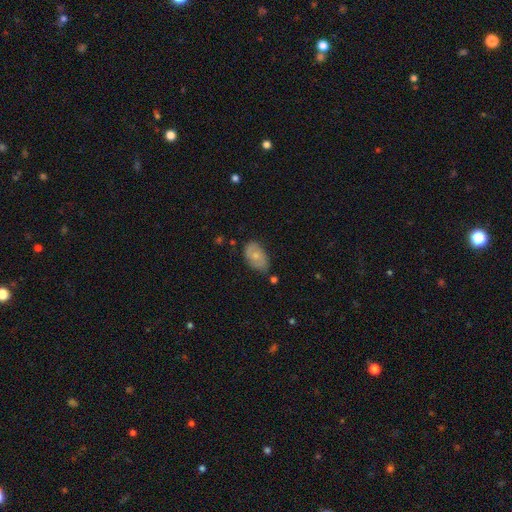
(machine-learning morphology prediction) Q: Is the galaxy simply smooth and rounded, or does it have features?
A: smooth — 64%.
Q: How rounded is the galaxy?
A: in between — 90%.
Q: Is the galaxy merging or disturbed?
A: none — 63%.